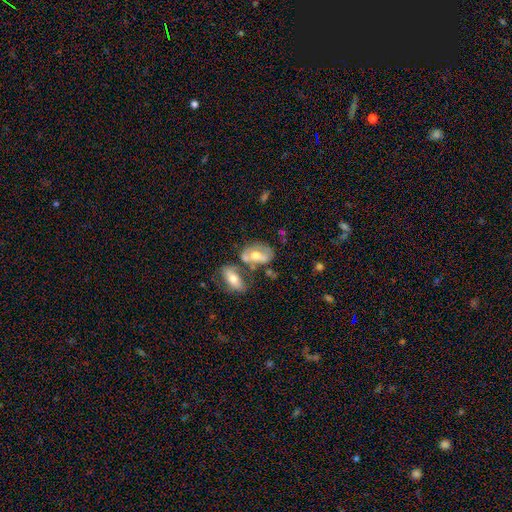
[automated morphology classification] Smooth or featured? Predicted: featured or disk (p=0.48). Merging? Predicted: merger (p=0.38).